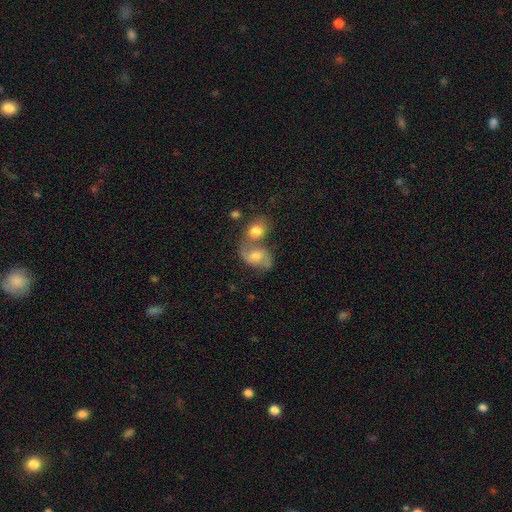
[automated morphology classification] Smooth or featured? Predicted: featured or disk (p=0.63). Edge-on disk? Predicted: no (p=0.96). Bar? Predicted: no (p=0.57). Spiral arms? Predicted: yes (p=0.80). Bulge size? Predicted: moderate (p=0.60). Merging? Predicted: merger (p=0.49).